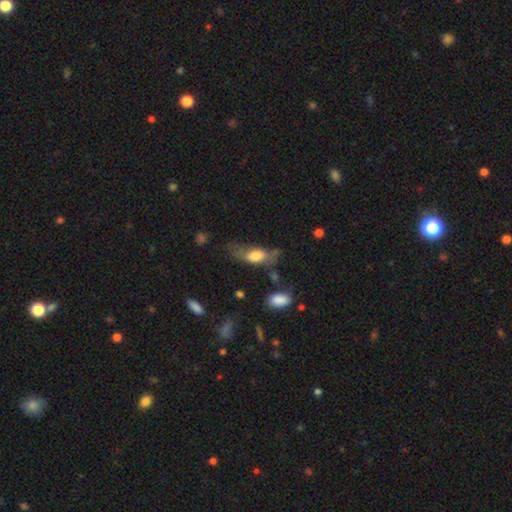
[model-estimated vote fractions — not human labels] smooth_or_featured: smooth (p=0.66) [alt: featured or disk p=0.27]
how_rounded: in between (p=0.77) [alt: cigar-shaped p=0.19]
merging: none (p=0.44) [alt: minor disturbance p=0.29]